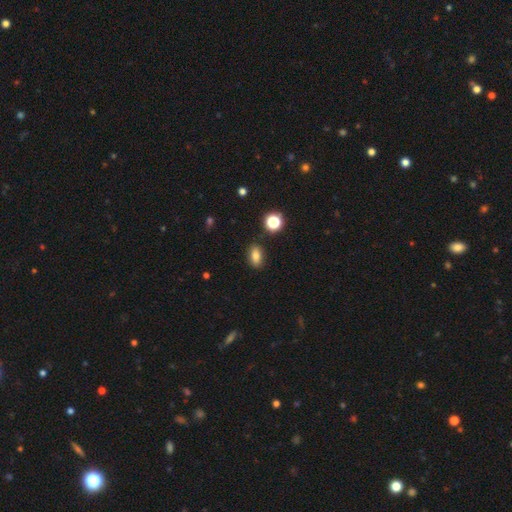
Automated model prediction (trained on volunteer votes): smooth 79%, star or artifact 12%, featured or disk 9%. Down the decision tree: how rounded — in between (82%); merging — none (87%).